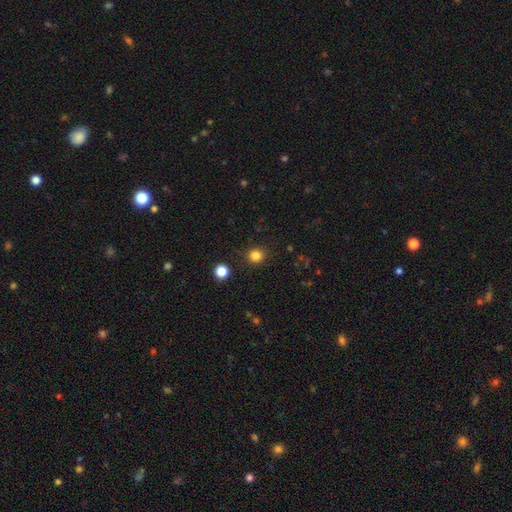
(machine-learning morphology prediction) smooth_or_featured: smooth (p=0.83) [alt: star or artifact p=0.13]
how_rounded: round (p=0.88) [alt: in between p=0.11]
merging: none (p=0.89) [alt: minor disturbance p=0.07]